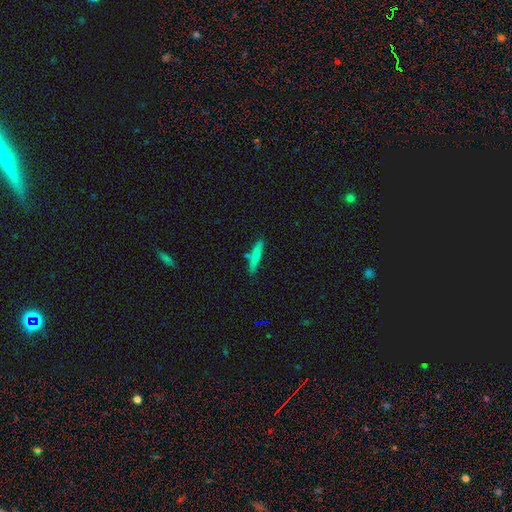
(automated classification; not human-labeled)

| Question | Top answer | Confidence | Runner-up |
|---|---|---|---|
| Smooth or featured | smooth | 69% | featured or disk (24%) |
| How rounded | cigar-shaped | 91% | in between (8%) |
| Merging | none | 79% | minor disturbance (12%) |